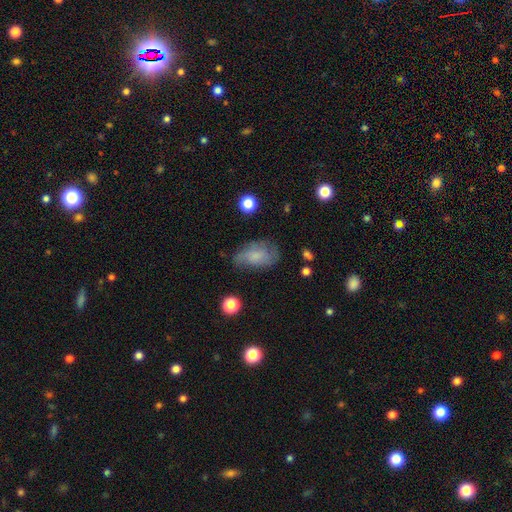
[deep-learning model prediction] A smooth galaxy with no disk features (61%) that is in between round and cigar-shaped (89%). Merging: none (54%).